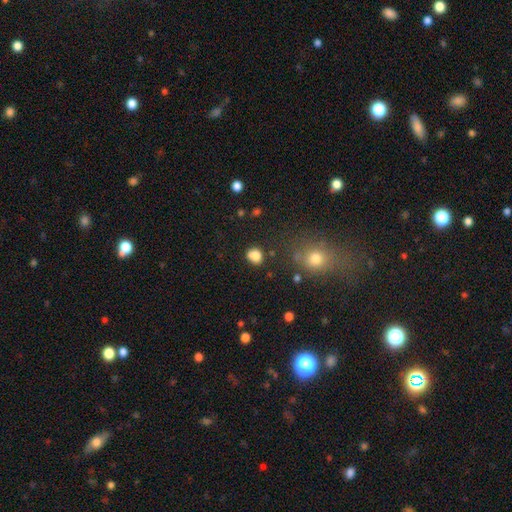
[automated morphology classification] Smooth or featured: smooth — 81% (star or artifact — 12%)
How rounded: round — 61% (in between — 38%)
Merging: none — 65% (minor disturbance — 18%)